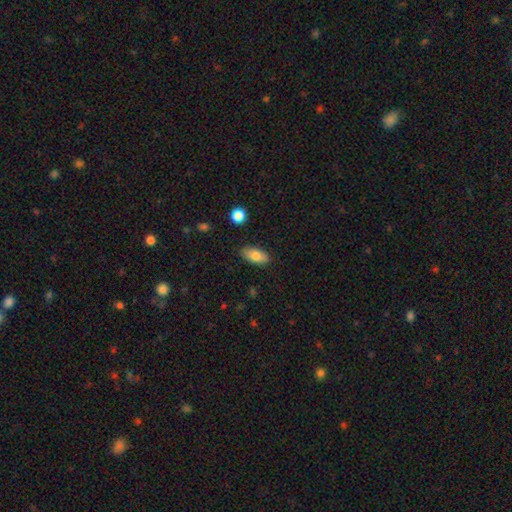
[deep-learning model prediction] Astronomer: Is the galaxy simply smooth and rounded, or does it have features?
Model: smooth — 81%.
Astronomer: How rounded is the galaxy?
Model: in between — 90%.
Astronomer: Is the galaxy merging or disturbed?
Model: none — 86%.